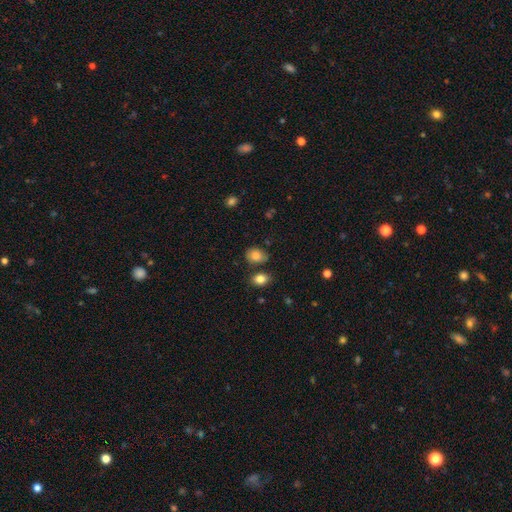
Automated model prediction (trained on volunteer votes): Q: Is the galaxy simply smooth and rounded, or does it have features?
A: smooth — 81%.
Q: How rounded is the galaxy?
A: in between — 69%.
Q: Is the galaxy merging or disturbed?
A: none — 71%.